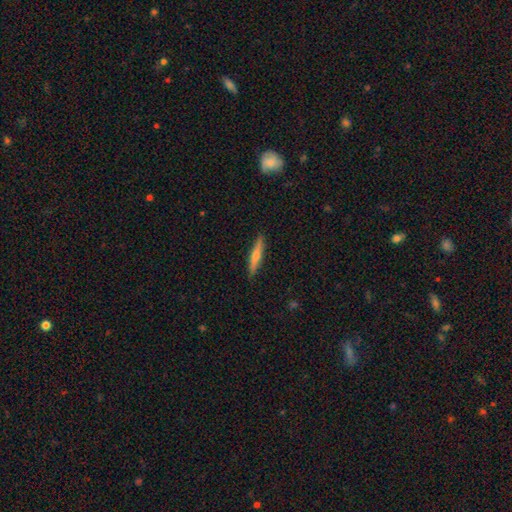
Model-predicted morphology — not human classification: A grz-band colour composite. It shows a featured or disk galaxy (53%) viewed edge-on (95%) with a rounded central bulge (84%). Merging: none (90%).